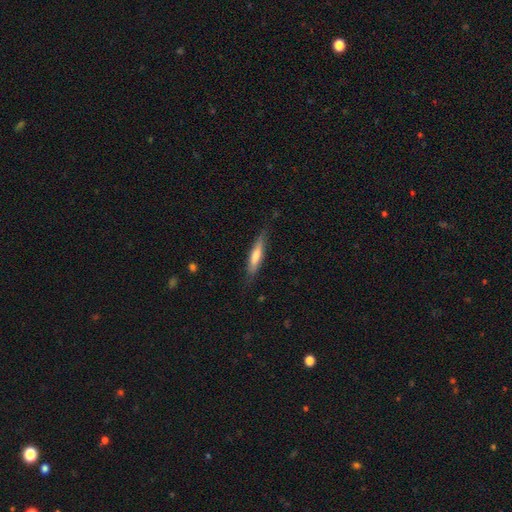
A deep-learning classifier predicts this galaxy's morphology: Smooth or featured? smooth (58%)
How rounded? cigar-shaped (87%)
Merging? none (82%)